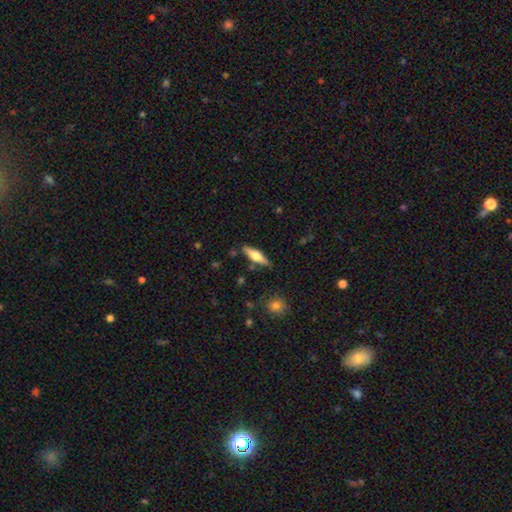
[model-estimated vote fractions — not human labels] smooth-or-featured: featured or disk: 49% | smooth: 45% | star or artifact: 6%
  merging: none: 83% | minor disturbance: 11% | merger: 3% | major disturbance: 3%